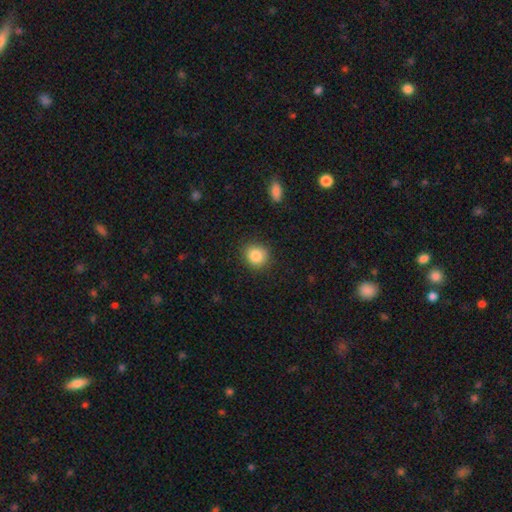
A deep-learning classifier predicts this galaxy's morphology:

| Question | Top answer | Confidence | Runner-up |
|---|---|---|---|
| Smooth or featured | smooth | 85% | star or artifact (9%) |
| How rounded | round | 83% | in between (16%) |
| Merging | none | 86% | minor disturbance (10%) |